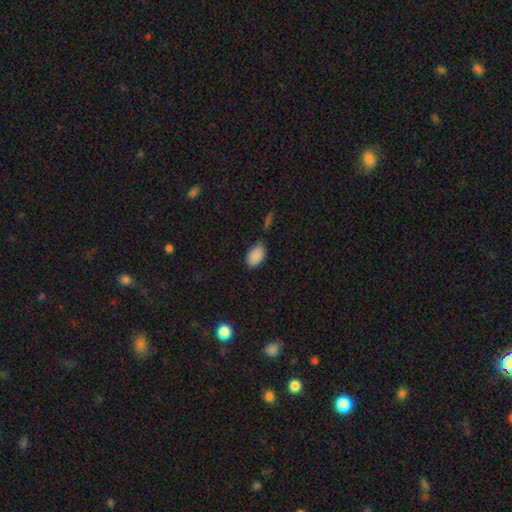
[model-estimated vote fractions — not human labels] smooth-or-featured: smooth: 88% | star or artifact: 8% | featured or disk: 4%
  how-rounded: in between: 91% | round: 8% | cigar-shaped: 1%
  merging: none: 67% | minor disturbance: 23% | major disturbance: 5% | merger: 5%